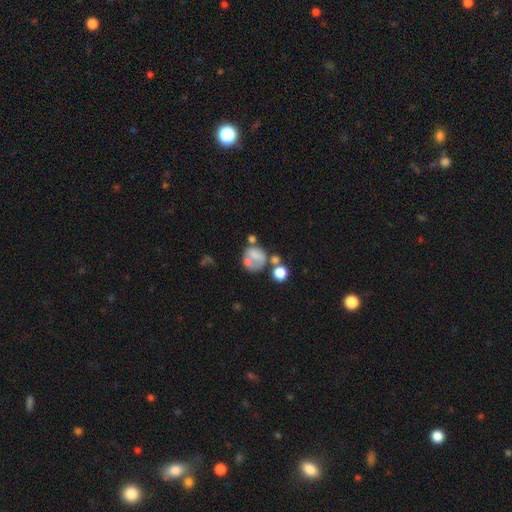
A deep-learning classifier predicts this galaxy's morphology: Smooth or featured: smooth — 58% (featured or disk — 29%)
How rounded: round — 64% (in between — 35%)
Merging: none — 33% (merger — 29%)